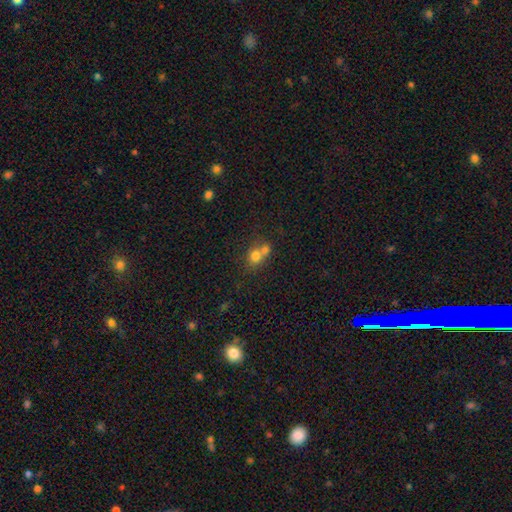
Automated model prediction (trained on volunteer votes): A smooth galaxy with no disk features (74%) that is round (71%).

Vote fractions:
- Smooth or featured? smooth: 74% / featured or disk: 14% / star or artifact: 11%
- How rounded? round: 71% / in between: 28% / cigar-shaped: 1%
- Merging? merger: 61% / none: 29% / minor disturbance: 7% / major disturbance: 3%